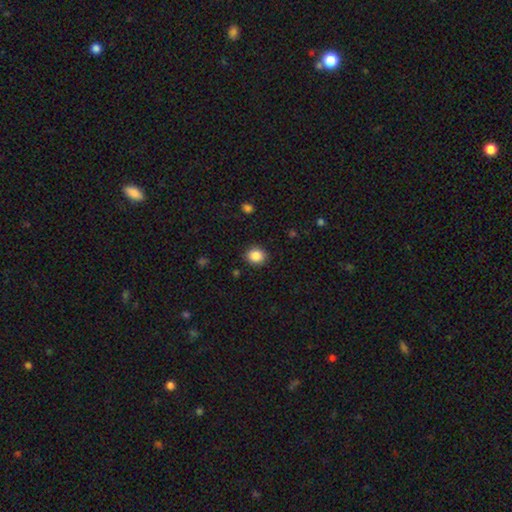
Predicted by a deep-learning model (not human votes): Smooth or featured? smooth (87%)
How rounded? round (69%)
Merging? none (89%)